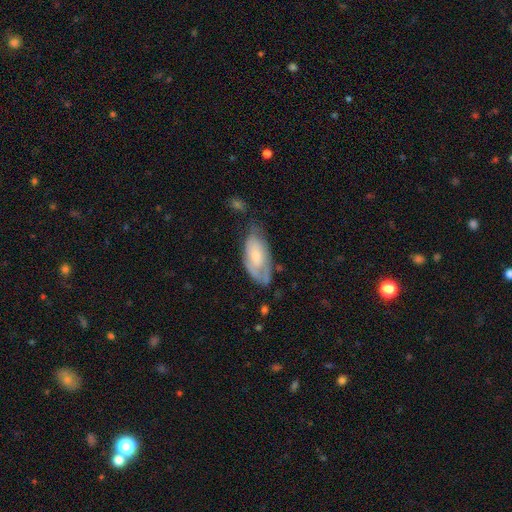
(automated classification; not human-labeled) A featured or disk galaxy (48%). Merging: none (48%).